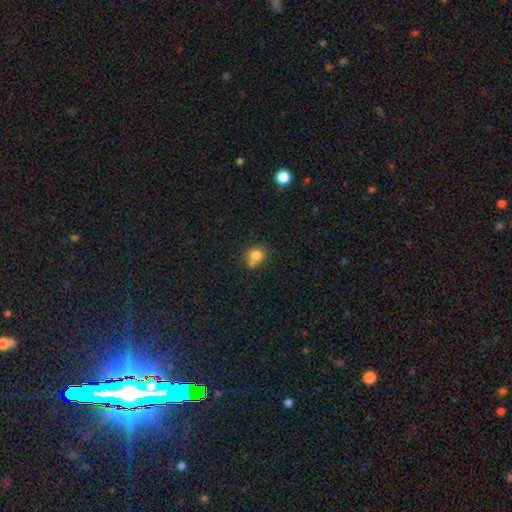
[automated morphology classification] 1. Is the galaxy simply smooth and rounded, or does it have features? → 80% smooth, 11% star or artifact, 8% featured or disk.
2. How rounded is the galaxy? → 77% round, 22% in between, 1% cigar-shaped.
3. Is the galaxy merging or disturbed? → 55% none, 26% merger, 15% minor disturbance, 4% major disturbance.